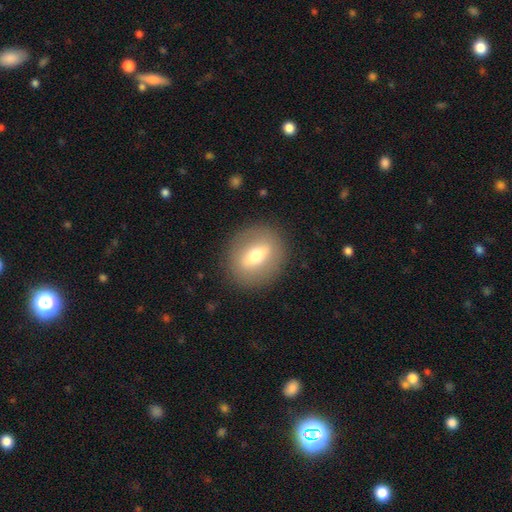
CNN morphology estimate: The model was most divided on "smooth or featured": smooth: 50%, featured or disk: 42%, star or artifact: 8%. More confident: merging — none (87%).